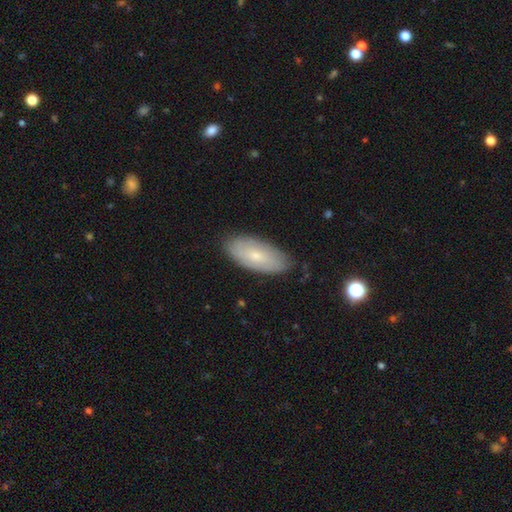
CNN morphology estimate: Q: Smooth or featured?
A: smooth (62%); runner-up: featured or disk (31%)
Q: How rounded?
A: in between (87%); runner-up: cigar-shaped (10%)
Q: Merging?
A: none (80%); runner-up: minor disturbance (16%)